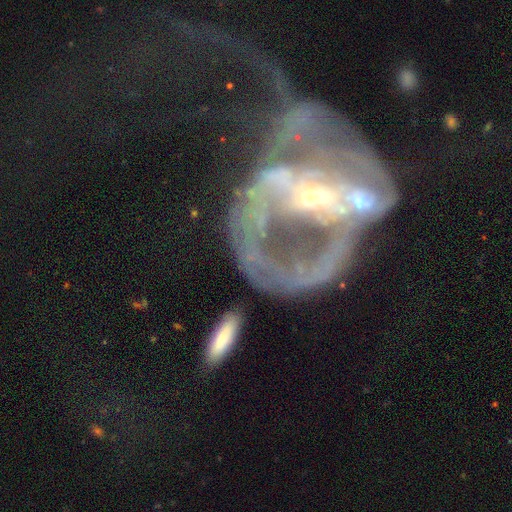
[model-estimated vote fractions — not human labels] Q: Smooth or featured?
A: featured or disk (77%); runner-up: star or artifact (12%)
Q: Edge-on disk?
A: no (95%); runner-up: yes (5%)
Q: Bar?
A: no (50%); runner-up: weak (30%)
Q: Spiral arms?
A: yes (51%); runner-up: no (49%)
Q: Bulge size?
A: moderate (44%); tied with: small (44%)
Q: Merging?
A: merger (42%); runner-up: major disturbance (39%)